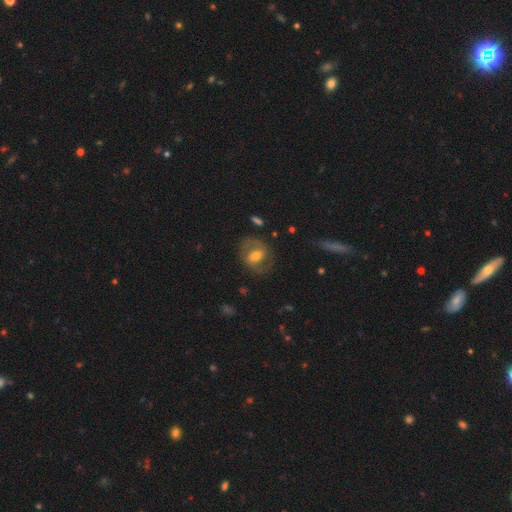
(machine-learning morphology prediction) smooth_or_featured: featured or disk (p=0.62) [alt: smooth p=0.30]
disk_edge_on: no (p=0.95) [alt: yes p=0.05]
bar: weak (p=0.43) [alt: no p=0.31]
has_spiral_arms: yes (p=0.74) [alt: no p=0.26]
bulge_size: moderate (p=0.66) [alt: small p=0.23]
merging: none (p=0.74) [alt: minor disturbance p=0.15]